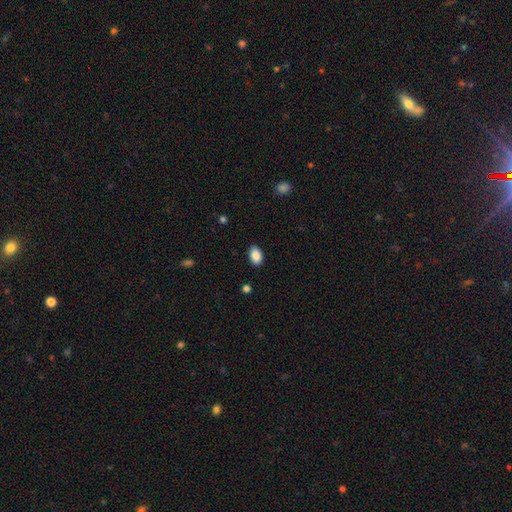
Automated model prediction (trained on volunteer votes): Morphology: type=smooth (89%); roundness=in between (89%); merging=none (88%).